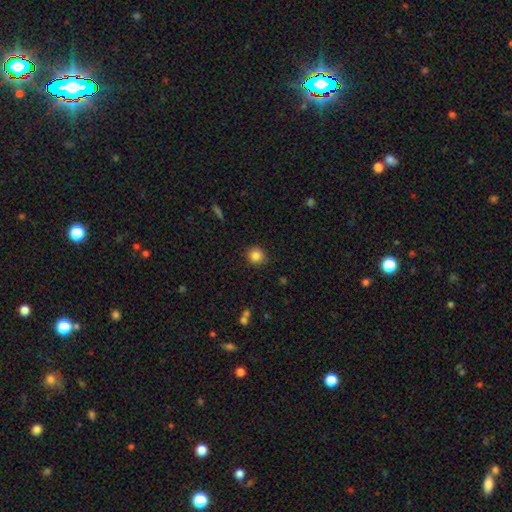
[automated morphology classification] A smooth galaxy with no disk features (85%) that is round (90%).

Vote fractions:
- Smooth or featured? smooth: 85% / star or artifact: 10% / featured or disk: 5%
- How rounded? round: 90% / in between: 9% / cigar-shaped: 1%
- Merging? none: 90% / minor disturbance: 7% / major disturbance: 2% / merger: 1%